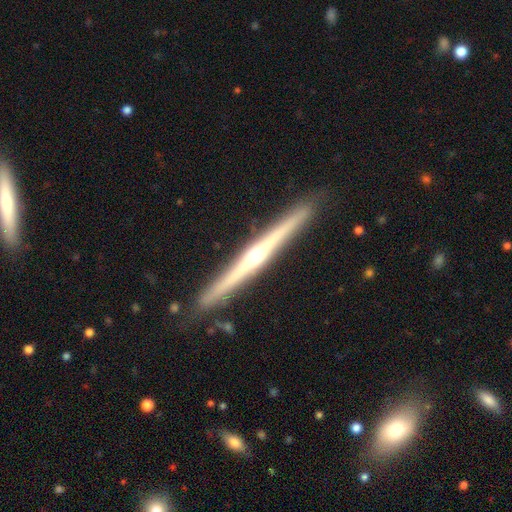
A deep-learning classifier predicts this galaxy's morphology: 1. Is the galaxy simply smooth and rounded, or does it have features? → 80% featured or disk, 15% smooth, 5% star or artifact.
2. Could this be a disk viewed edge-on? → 98% yes, 2% no.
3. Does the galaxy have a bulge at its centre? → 83% rounded, 13% none, 4% boxy.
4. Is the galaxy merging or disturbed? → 90% none, 7% minor disturbance, 1% merger, 1% major disturbance.